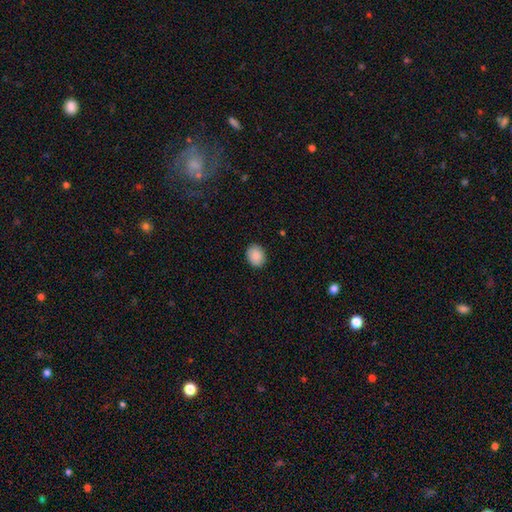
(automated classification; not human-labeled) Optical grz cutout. It shows a smooth galaxy with no disk features (89%) that is round (53%). Merging: none (89%).